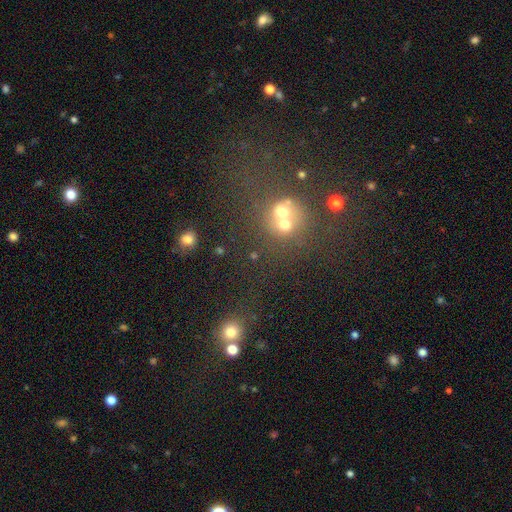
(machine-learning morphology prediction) smooth 47%, star or artifact 40%, featured or disk 13%. Down the decision tree: merging — none (48%).